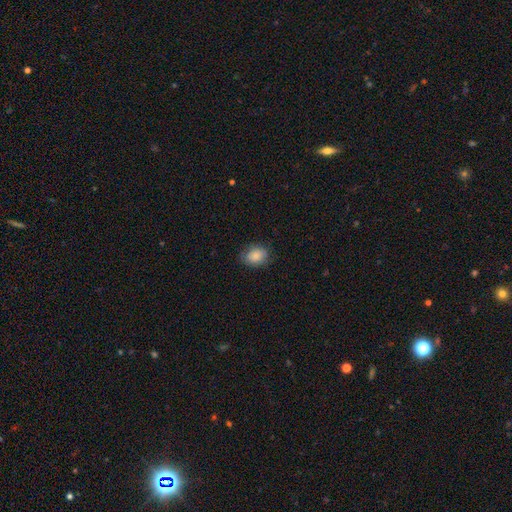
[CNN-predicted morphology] The model was most divided on "how rounded": in between: 64%, round: 34%, cigar-shaped: 1%. More confident: smooth or featured — smooth (86%); merging — none (79%).